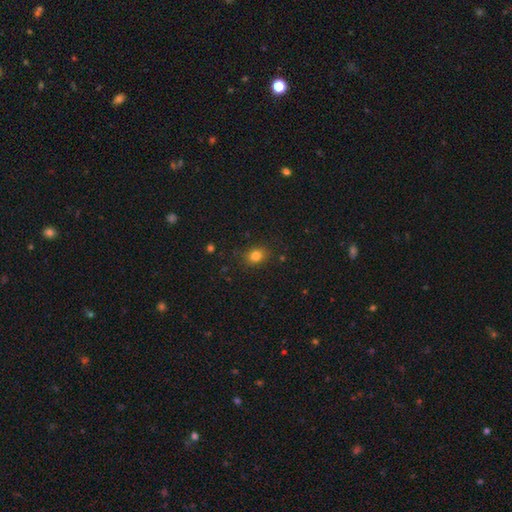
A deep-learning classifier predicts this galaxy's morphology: smooth_or_featured: smooth (p=0.82) [alt: star or artifact p=0.12]
how_rounded: round (p=0.51) [alt: in between p=0.48]
merging: none (p=0.85) [alt: minor disturbance p=0.11]